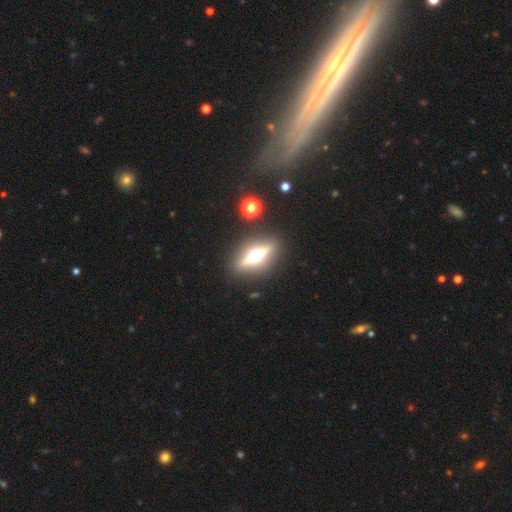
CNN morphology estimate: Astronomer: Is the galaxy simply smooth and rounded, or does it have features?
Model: featured or disk — 74%.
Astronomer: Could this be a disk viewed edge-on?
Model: yes — 93%.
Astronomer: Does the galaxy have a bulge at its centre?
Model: rounded — 95%.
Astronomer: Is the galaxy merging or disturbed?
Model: none — 88%.